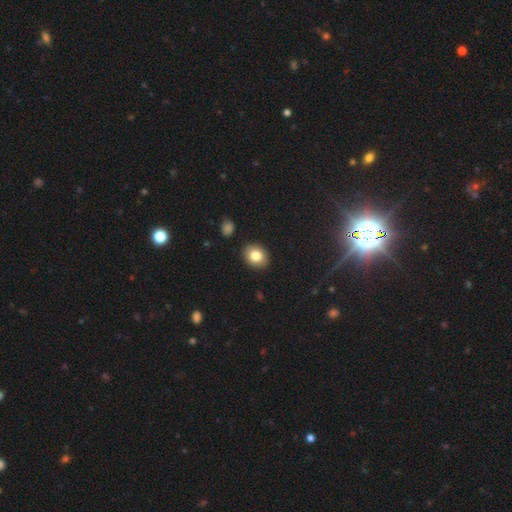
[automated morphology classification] A smooth galaxy with no disk features (81%) that is round (54%).

Vote fractions:
- Smooth or featured? smooth: 81% / featured or disk: 10% / star or artifact: 9%
- How rounded? round: 54% / in between: 45% / cigar-shaped: 1%
- Merging? none: 88% / minor disturbance: 8% / major disturbance: 2% / merger: 1%